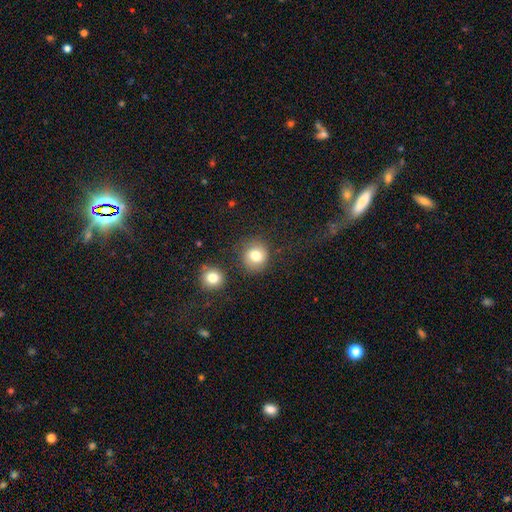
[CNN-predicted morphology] Q: Smooth or featured?
A: smooth (79%); runner-up: featured or disk (11%)
Q: How rounded?
A: round (84%); runner-up: in between (15%)
Q: Merging?
A: none (75%); runner-up: minor disturbance (13%)